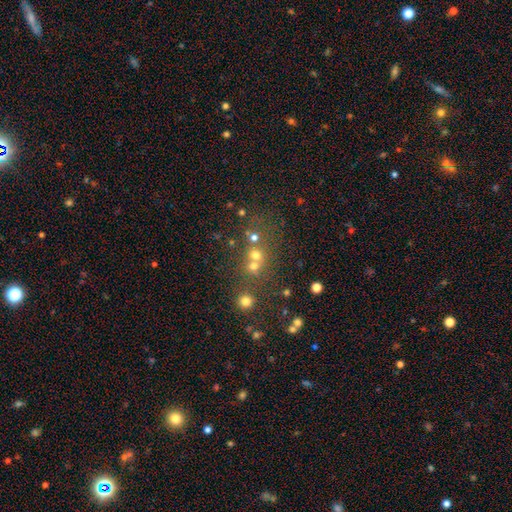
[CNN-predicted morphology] Smooth or featured? smooth (58%)
How rounded? round (80%)
Merging? none (48%)